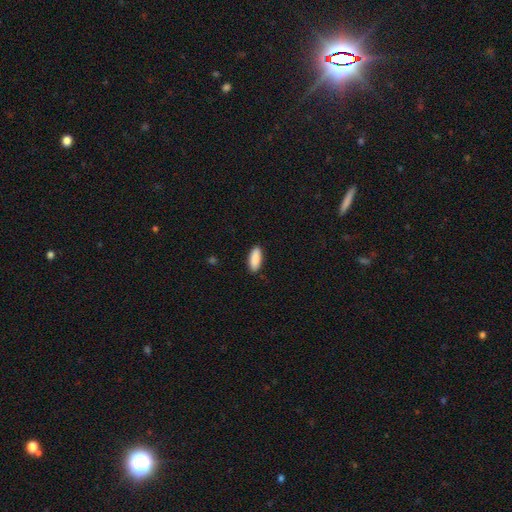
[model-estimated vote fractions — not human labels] A smooth galaxy with no disk features (90%) that is in between round and cigar-shaped (79%).

Vote fractions:
- Smooth or featured? smooth: 90% / star or artifact: 6% / featured or disk: 4%
- How rounded? in between: 79% / cigar-shaped: 19% / round: 2%
- Merging? none: 88% / minor disturbance: 9% / major disturbance: 2% / merger: 1%